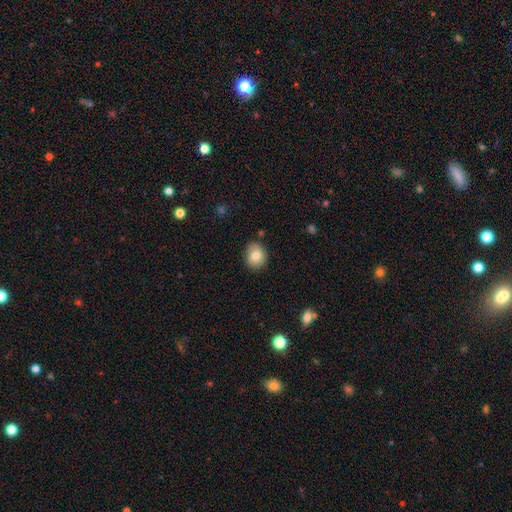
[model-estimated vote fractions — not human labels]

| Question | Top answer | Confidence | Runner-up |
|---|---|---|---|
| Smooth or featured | smooth | 82% | featured or disk (9%) |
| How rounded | round | 67% | in between (32%) |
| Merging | none | 83% | minor disturbance (13%) |